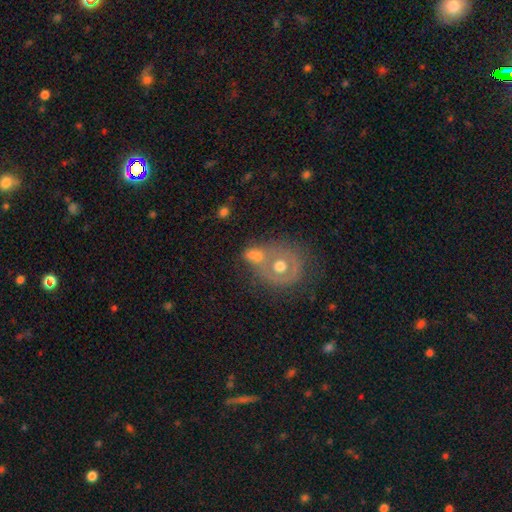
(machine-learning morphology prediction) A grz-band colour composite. It shows a smooth galaxy with no disk features (48%). Merging: merger (42%).